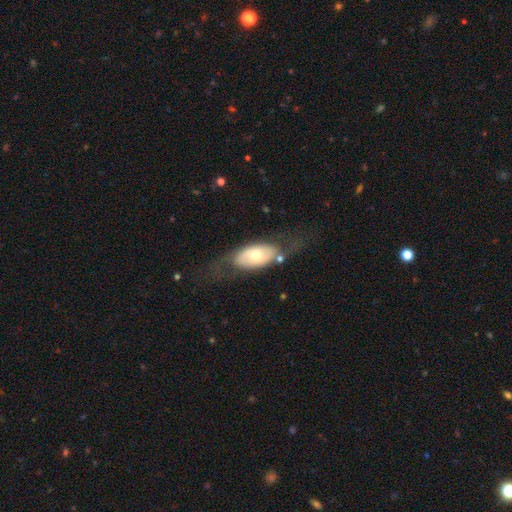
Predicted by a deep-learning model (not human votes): featured or disk 47% (tied), smooth 47% (tied), star or artifact 6%. Down the decision tree: merging — none (59%).